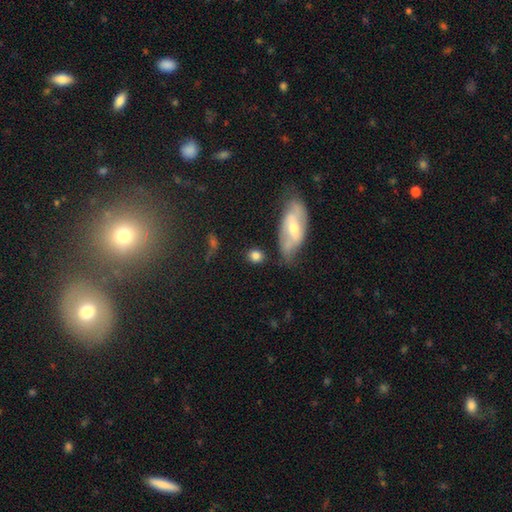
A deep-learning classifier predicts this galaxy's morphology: This is likely a smooth galaxy (77%). How rounded: likely round (62%). Merging: likely none (71%).